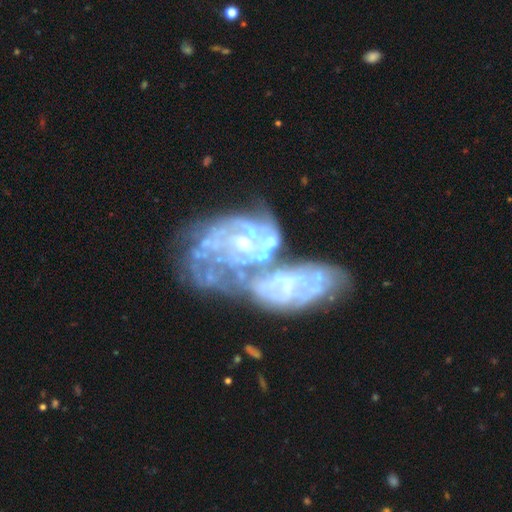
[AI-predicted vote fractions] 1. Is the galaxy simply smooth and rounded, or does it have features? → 81% featured or disk, 10% star or artifact, 9% smooth.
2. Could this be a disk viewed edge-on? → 96% no, 4% yes.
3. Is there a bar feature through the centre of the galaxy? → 59% no, 28% weak, 13% strong.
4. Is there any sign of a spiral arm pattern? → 87% yes, 13% no.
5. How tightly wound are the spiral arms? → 55% tight, 31% medium, 14% loose.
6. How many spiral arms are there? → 32% can't tell, 26% 2, 16% 3, 9% 4, 9% 1, 8% more than 4.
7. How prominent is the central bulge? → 69% small, 19% moderate, 7% none, 3% large, 2% dominant.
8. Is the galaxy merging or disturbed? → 68% merger, 16% none, 9% major disturbance, 8% minor disturbance.